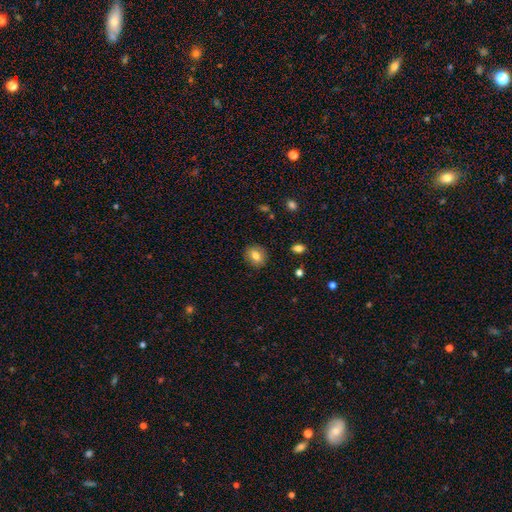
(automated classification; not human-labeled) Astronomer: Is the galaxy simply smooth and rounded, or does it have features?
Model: smooth — 78%.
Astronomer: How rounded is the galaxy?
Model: round — 69%.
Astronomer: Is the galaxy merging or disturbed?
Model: none — 88%.